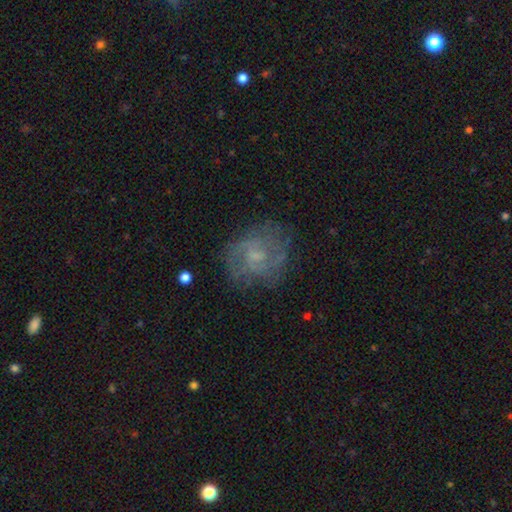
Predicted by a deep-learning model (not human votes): Morphology: type=featured or disk (63%); edge-on=no (97%); bar=no (52%); spiral arms=yes (73%); bulge=small (46%); merging=none (68%).